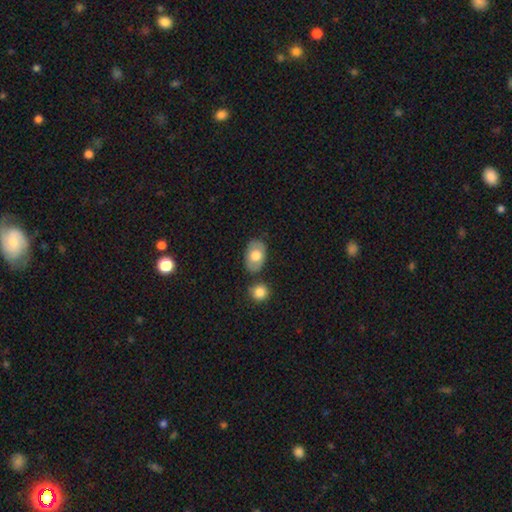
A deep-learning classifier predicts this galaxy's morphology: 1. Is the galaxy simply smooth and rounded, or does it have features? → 69% smooth, 25% featured or disk, 6% star or artifact.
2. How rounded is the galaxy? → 87% in between, 11% round, 1% cigar-shaped.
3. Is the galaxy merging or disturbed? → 74% none, 14% minor disturbance, 9% merger, 4% major disturbance.